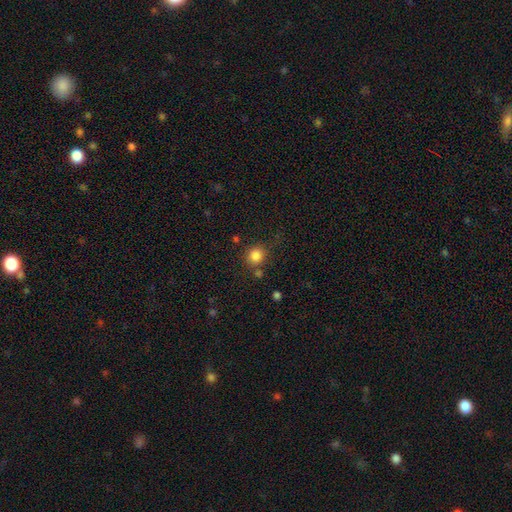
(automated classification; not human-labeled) Smooth or featured: smooth — 83% (star or artifact — 12%)
How rounded: round — 88% (in between — 11%)
Merging: none — 77% (minor disturbance — 10%)